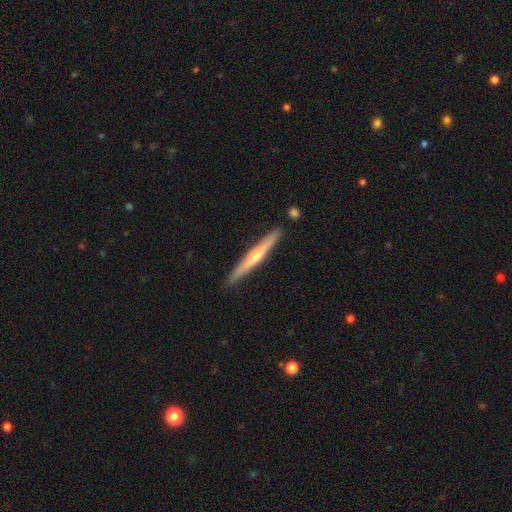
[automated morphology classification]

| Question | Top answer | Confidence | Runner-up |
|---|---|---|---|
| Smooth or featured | featured or disk | 58% | smooth (37%) |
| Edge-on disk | yes | 97% | no (3%) |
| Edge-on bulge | rounded | 70% | none (25%) |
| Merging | none | 89% | minor disturbance (7%) |